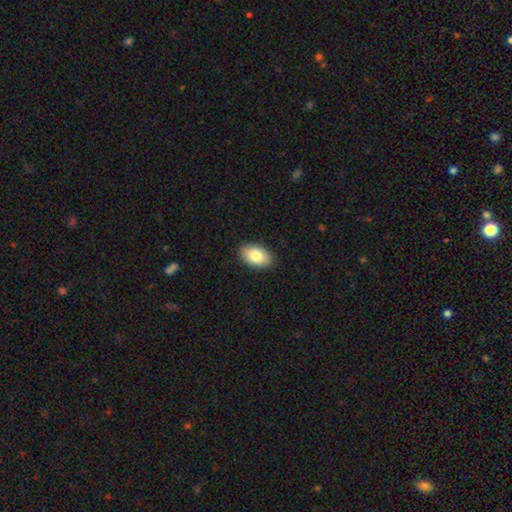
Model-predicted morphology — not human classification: A smooth galaxy with no disk features (84%) that is in between round and cigar-shaped (92%). Merging: none (89%).